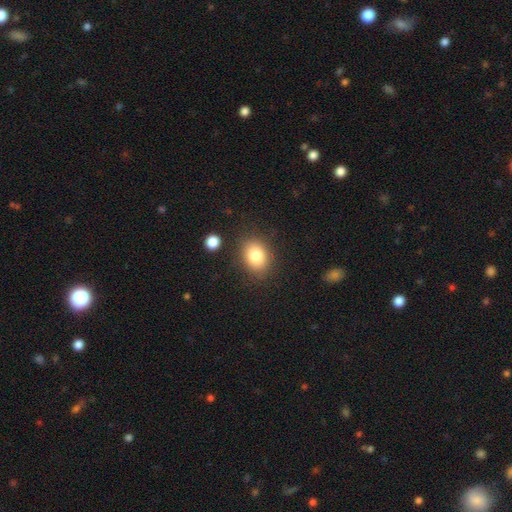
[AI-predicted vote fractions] smooth 82%, star or artifact 10%, featured or disk 9%. Down the decision tree: how rounded — in between (61%); merging — none (83%).